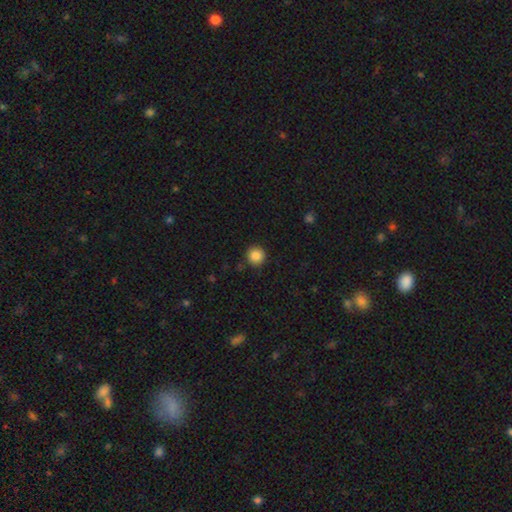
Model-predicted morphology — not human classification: smooth_or_featured: smooth (p=0.86) [alt: star or artifact p=0.10]
how_rounded: round (p=0.95) [alt: in between p=0.04]
merging: none (p=0.90) [alt: minor disturbance p=0.07]